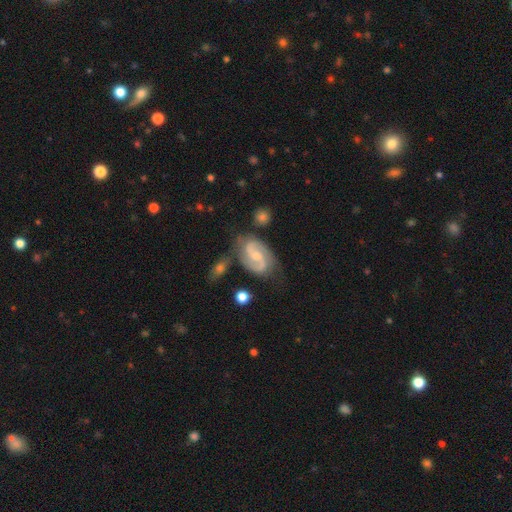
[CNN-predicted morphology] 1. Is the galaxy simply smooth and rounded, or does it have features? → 87% featured or disk, 8% smooth, 5% star or artifact.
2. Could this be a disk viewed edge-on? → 97% no, 3% yes.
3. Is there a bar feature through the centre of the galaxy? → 47% weak, 38% no, 15% strong.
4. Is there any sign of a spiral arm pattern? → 97% yes, 3% no.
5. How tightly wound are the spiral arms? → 55% medium, 24% tight, 20% loose.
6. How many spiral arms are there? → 92% 2, 3% can't tell, 1% 1, 1% 3, 1% 4, 1% more than 4.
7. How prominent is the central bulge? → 47% small, 46% moderate, 4% none, 2% large, 1% dominant.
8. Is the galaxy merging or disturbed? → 69% none, 18% minor disturbance, 8% merger, 5% major disturbance.